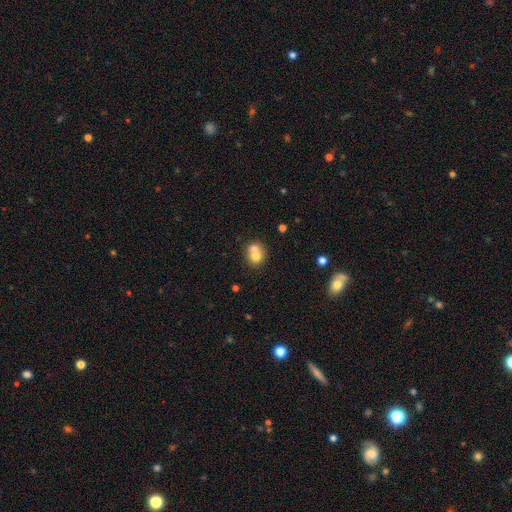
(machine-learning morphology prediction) A smooth galaxy with no disk features (70%) that is round (77%).

Vote fractions:
- Smooth or featured? smooth: 70% / featured or disk: 20% / star or artifact: 10%
- How rounded? round: 77% / in between: 22% / cigar-shaped: 1%
- Merging? merger: 59% / none: 33% / minor disturbance: 6% / major disturbance: 2%